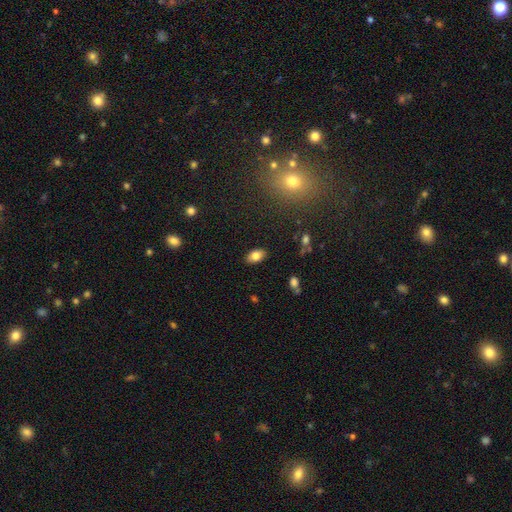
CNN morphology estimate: Smooth or featured? Predicted: smooth (p=0.80). How rounded? Predicted: in between (p=0.90). Merging? Predicted: none (p=0.87).